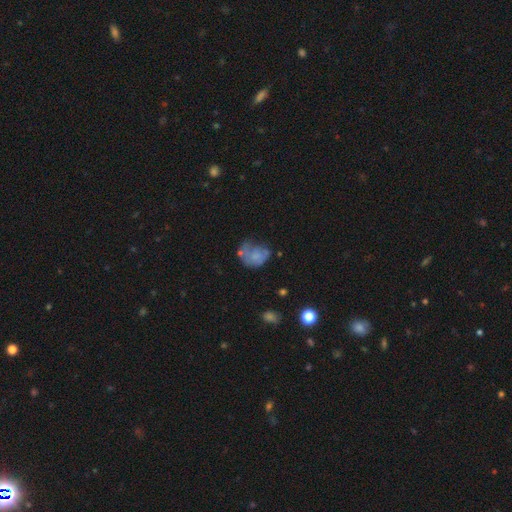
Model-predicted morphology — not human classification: Q: Smooth or featured?
A: smooth (50%); runner-up: featured or disk (39%)
Q: How rounded?
A: in between (54%); runner-up: round (45%)
Q: Merging?
A: major disturbance (33%); runner-up: none (30%)